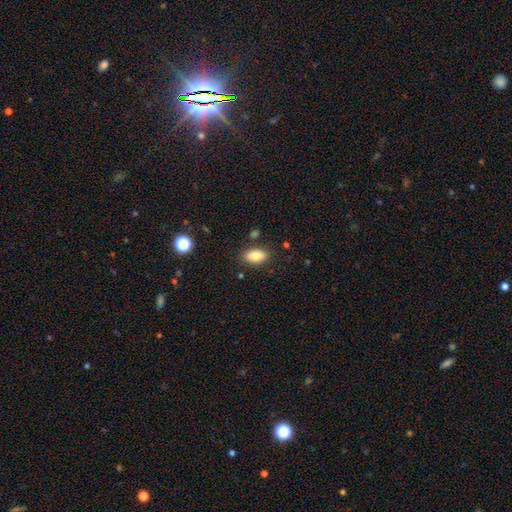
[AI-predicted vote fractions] Smooth or featured?
  - smooth: 83% *
  - featured or disk: 9%
  - star or artifact: 8%
How rounded?
  - in between: 90% *
  - round: 6%
  - cigar-shaped: 4%
Merging?
  - none: 82% *
  - minor disturbance: 12%
  - merger: 3%
  - major disturbance: 3%